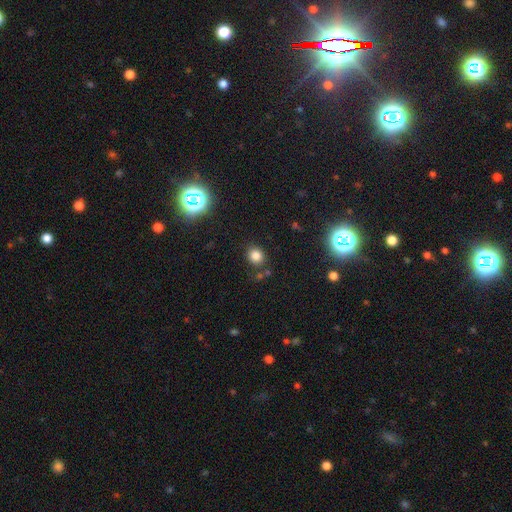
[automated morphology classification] Smooth or featured? Predicted: smooth (p=0.79). How rounded? Predicted: round (p=0.74). Merging? Predicted: none (p=0.80).